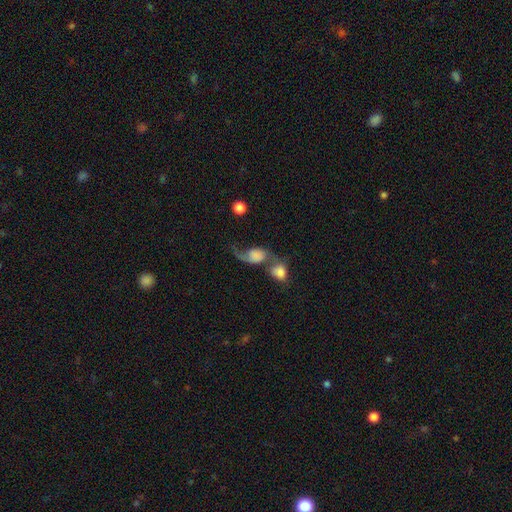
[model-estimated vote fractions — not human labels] Smooth or featured? Predicted: smooth (p=0.46). Merging? Predicted: merger (p=0.59).